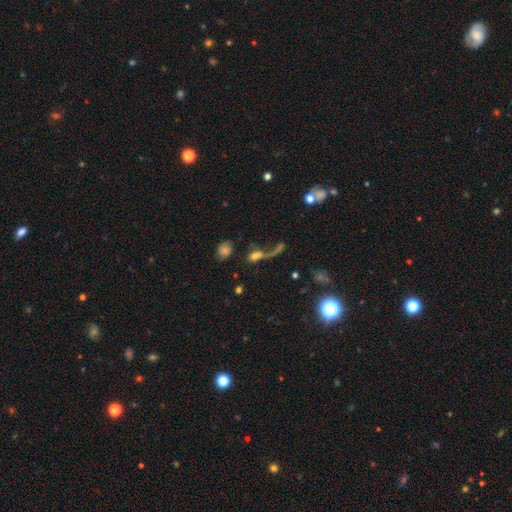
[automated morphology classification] This appears to be a smooth galaxy with no disk features (48%). Merging: major disturbance (34%).